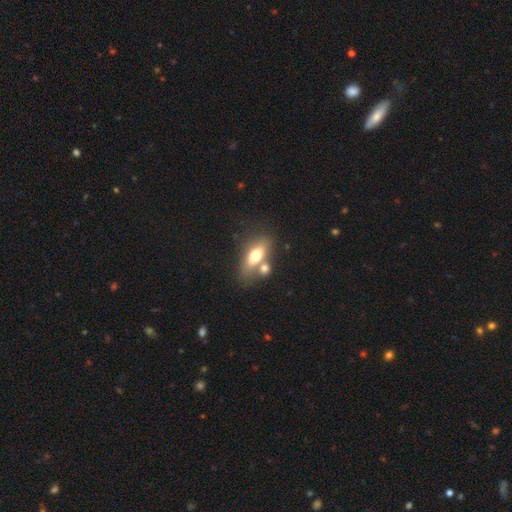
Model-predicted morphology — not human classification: Smooth or featured? smooth (64%)
How rounded? in between (73%)
Merging? none (48%)